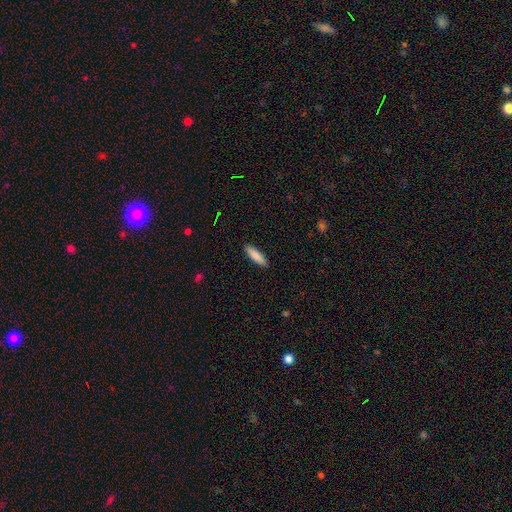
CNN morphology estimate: smooth_or_featured: smooth (p=0.87) [alt: featured or disk p=0.07]
how_rounded: cigar-shaped (p=0.63) [alt: in between p=0.36]
merging: none (p=0.90) [alt: minor disturbance p=0.07]